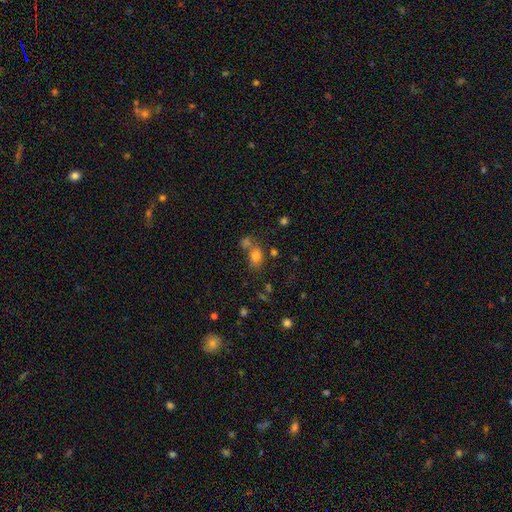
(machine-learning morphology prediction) Smooth or featured?
  - smooth: 76% *
  - star or artifact: 15%
  - featured or disk: 10%
How rounded?
  - in between: 60% *
  - round: 39%
  - cigar-shaped: 2%
Merging?
  - none: 49% *
  - merger: 30%
  - minor disturbance: 13%
  - major disturbance: 7%